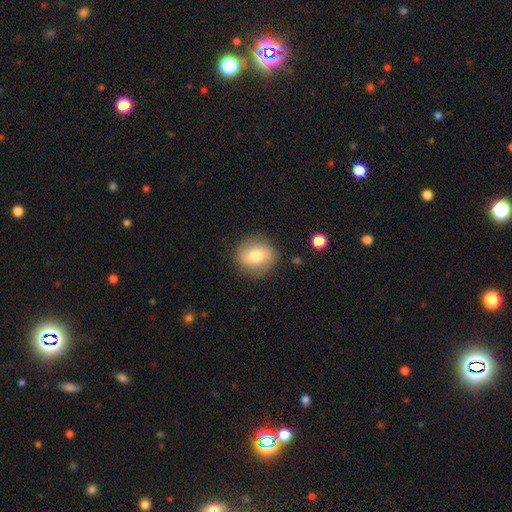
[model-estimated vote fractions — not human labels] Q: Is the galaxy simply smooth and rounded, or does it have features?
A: smooth — 66%.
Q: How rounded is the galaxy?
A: round — 84%.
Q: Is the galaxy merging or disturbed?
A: none — 85%.